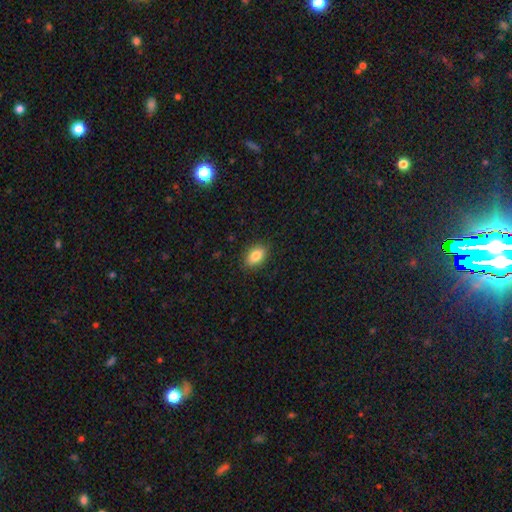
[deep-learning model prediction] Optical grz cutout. It shows a smooth galaxy with no disk features (84%) that is in between round and cigar-shaped (84%). Merging: none (88%).